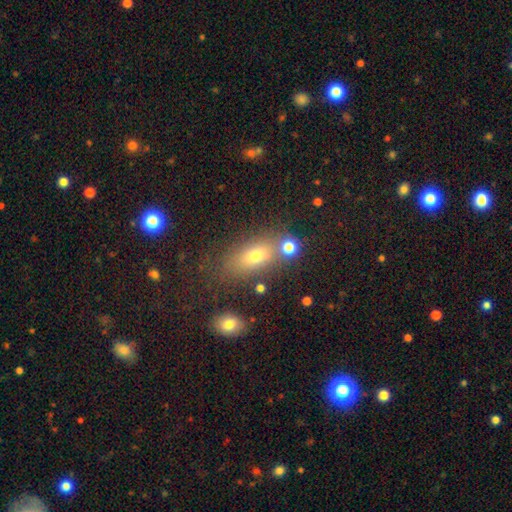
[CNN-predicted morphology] A smooth galaxy with no disk features (70%) that is in between round and cigar-shaped (77%). Merging: none (66%).